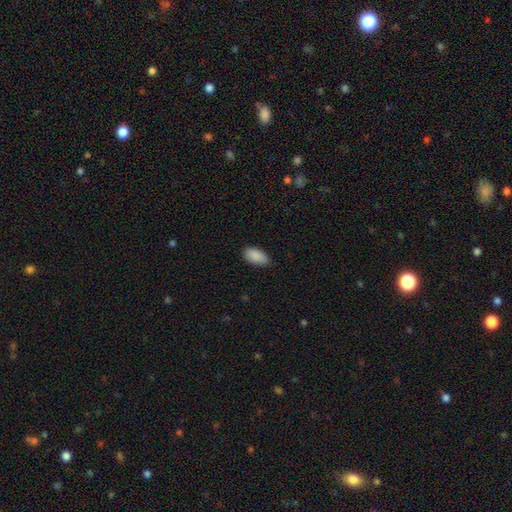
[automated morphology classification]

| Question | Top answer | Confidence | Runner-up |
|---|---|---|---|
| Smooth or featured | smooth | 89% | star or artifact (7%) |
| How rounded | in between | 93% | cigar-shaped (4%) |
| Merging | none | 78% | minor disturbance (18%) |